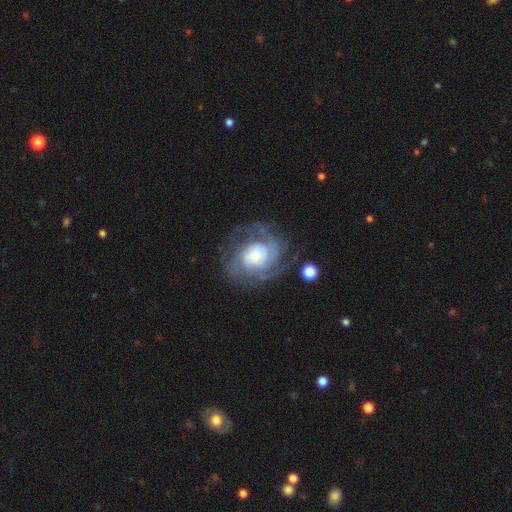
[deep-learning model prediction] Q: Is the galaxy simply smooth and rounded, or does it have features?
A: featured or disk — 82%.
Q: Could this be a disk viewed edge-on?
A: no — 98%.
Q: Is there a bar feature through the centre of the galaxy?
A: no — 74%.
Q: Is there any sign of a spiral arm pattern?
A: yes — 94%.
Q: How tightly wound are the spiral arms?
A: tight — 58%.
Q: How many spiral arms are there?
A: can't tell — 31%.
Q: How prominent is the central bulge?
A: moderate — 36%.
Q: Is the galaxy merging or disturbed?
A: none — 66%.